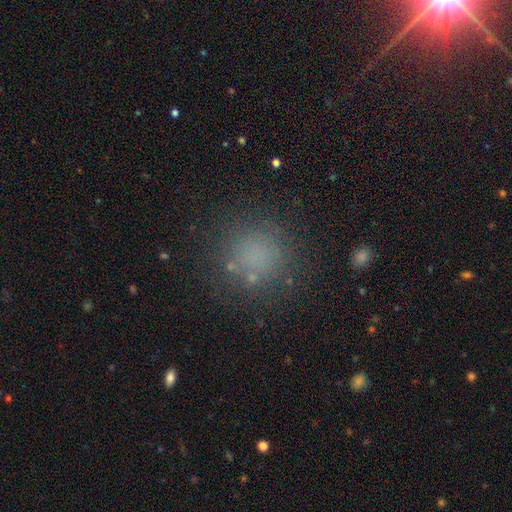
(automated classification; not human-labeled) smooth 70%, star or artifact 21%, featured or disk 8%. Down the decision tree: how rounded — round (92%); merging — none (82%).